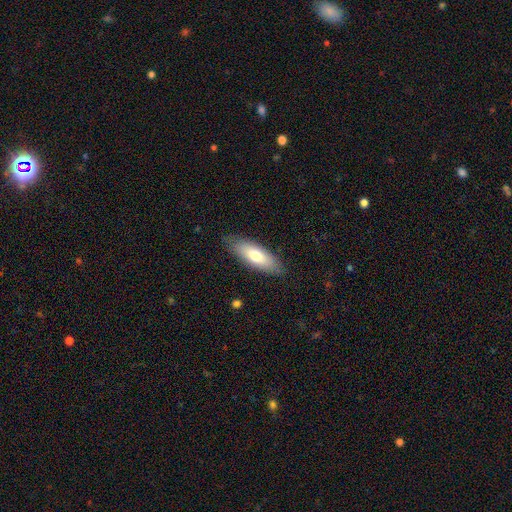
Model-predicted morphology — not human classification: This is likely a smooth galaxy (70%). How rounded: likely in between (64%). Merging: clearly none (84%).